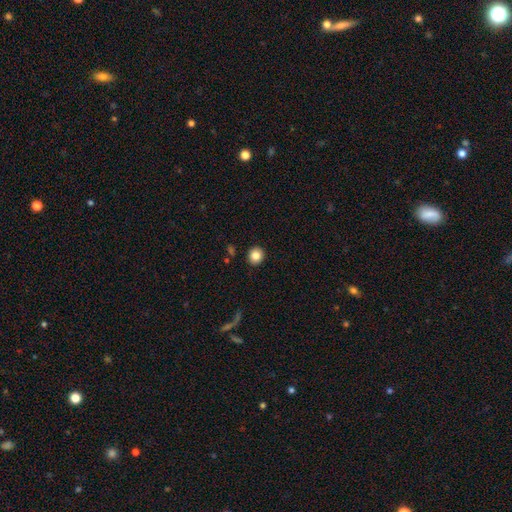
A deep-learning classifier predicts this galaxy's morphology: Smooth or featured? smooth (84%)
How rounded? round (84%)
Merging? none (91%)